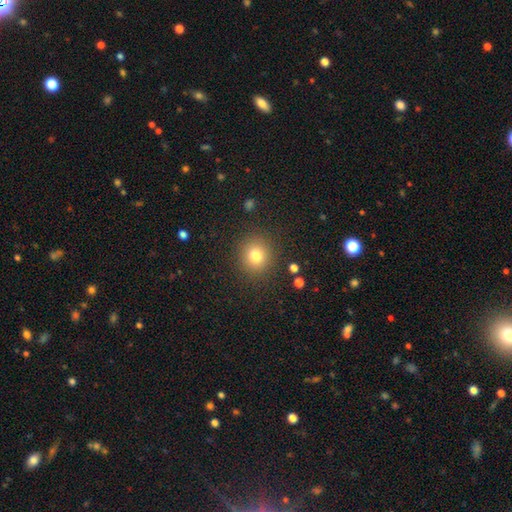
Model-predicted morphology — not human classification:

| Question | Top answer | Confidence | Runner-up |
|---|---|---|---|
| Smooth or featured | smooth | 79% | star or artifact (13%) |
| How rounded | round | 87% | in between (12%) |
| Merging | none | 88% | minor disturbance (7%) |